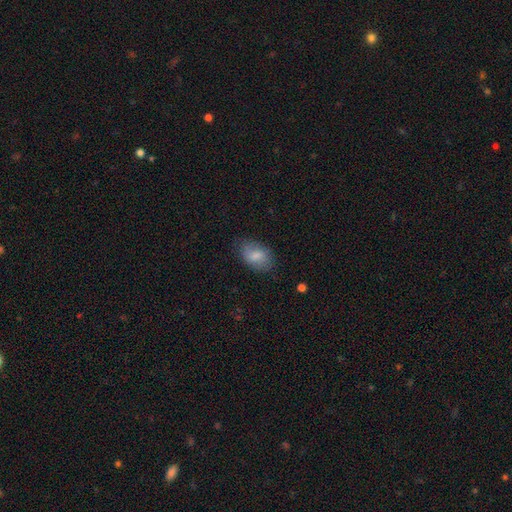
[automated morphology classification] Smooth or featured? Predicted: smooth (p=0.77). How rounded? Predicted: in between (p=0.88). Merging? Predicted: none (p=0.73).